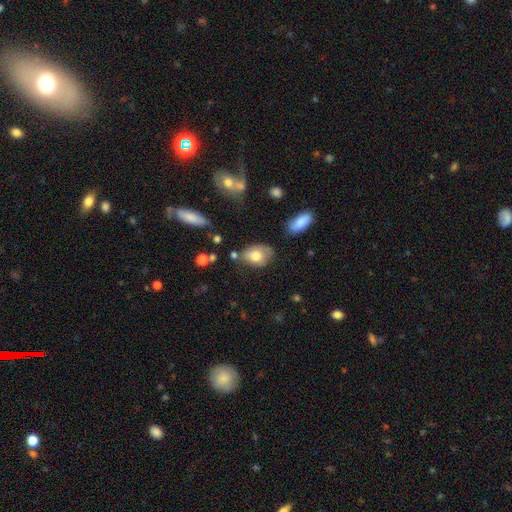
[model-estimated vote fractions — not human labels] Smooth or featured: smooth — 73% (featured or disk — 19%)
How rounded: in between — 82% (round — 16%)
Merging: none — 49% (minor disturbance — 33%)